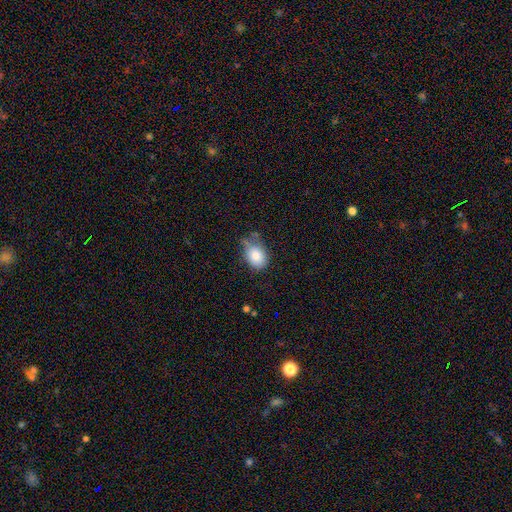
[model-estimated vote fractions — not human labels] A smooth galaxy with no disk features (82%) that is in between round and cigar-shaped (65%). Merging: none (52%).